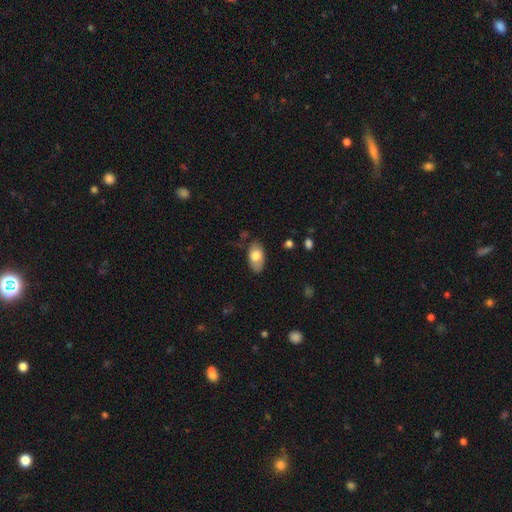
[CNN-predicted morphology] This is likely a smooth galaxy (74%). How rounded: clearly in between (94%). Merging: likely none (76%).